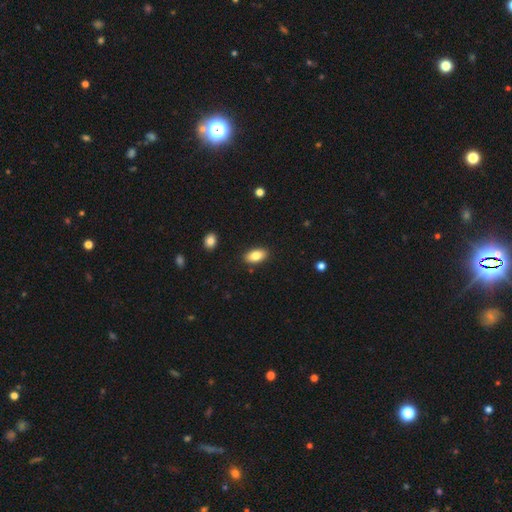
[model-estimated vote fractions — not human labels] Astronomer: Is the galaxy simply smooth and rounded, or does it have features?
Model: smooth — 84%.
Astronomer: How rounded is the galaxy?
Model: in between — 92%.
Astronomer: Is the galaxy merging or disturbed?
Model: none — 88%.